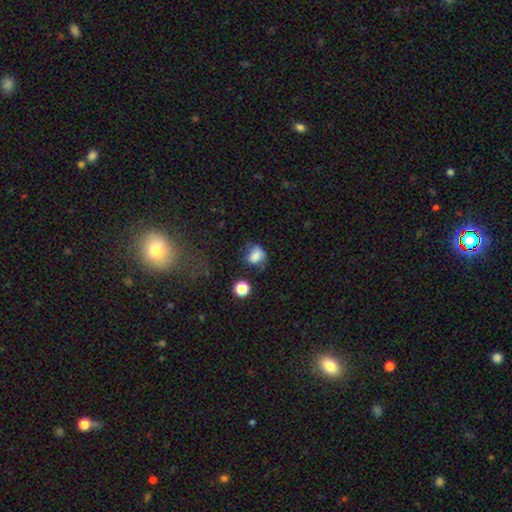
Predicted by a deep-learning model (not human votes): smooth-or-featured: smooth: 76% | featured or disk: 12% | star or artifact: 12%
  how-rounded: in between: 58% | round: 40% | cigar-shaped: 2%
  merging: none: 43% | minor disturbance: 31% | major disturbance: 19% | merger: 7%